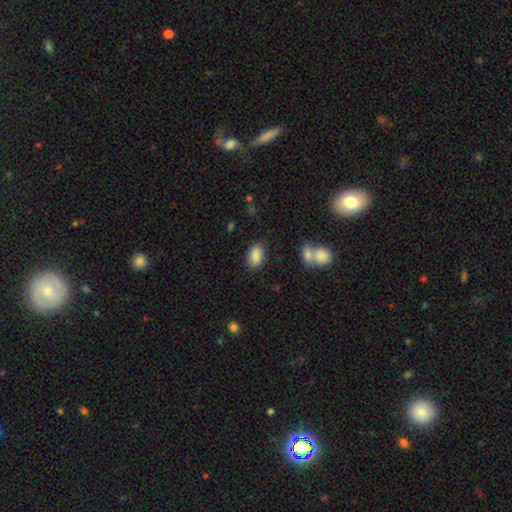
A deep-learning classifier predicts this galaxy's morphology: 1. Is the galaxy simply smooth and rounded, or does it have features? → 88% smooth, 7% star or artifact, 5% featured or disk.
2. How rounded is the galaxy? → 91% in between, 8% round, 2% cigar-shaped.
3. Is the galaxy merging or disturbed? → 83% none, 10% minor disturbance, 3% merger, 3% major disturbance.